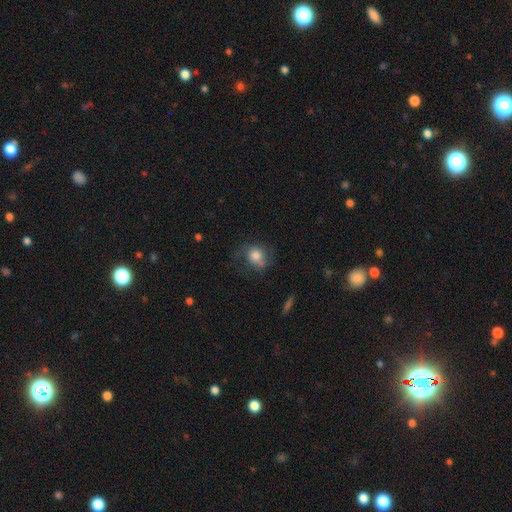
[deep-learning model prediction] Q: Smooth or featured?
A: smooth (68%); runner-up: featured or disk (23%)
Q: How rounded?
A: round (70%); runner-up: in between (29%)
Q: Merging?
A: none (49%); runner-up: minor disturbance (27%)